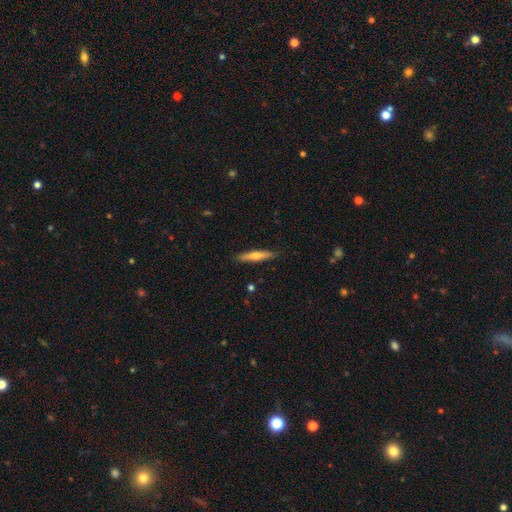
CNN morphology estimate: Smooth or featured?
  - smooth: 48% *
  - featured or disk: 46%
  - star or artifact: 6%
Merging?
  - none: 89% *
  - minor disturbance: 8%
  - major disturbance: 2%
  - merger: 1%